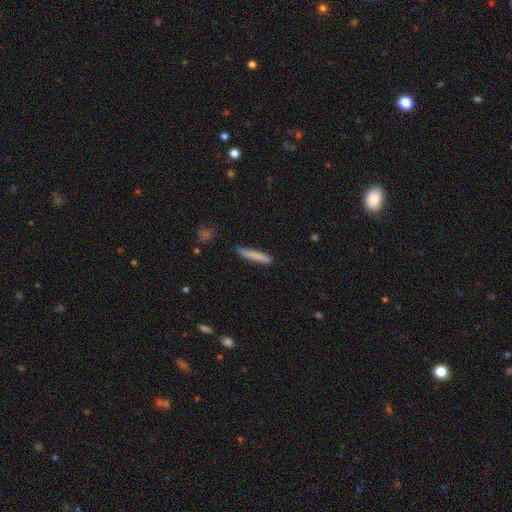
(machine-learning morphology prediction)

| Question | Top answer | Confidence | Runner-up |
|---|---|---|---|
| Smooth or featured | smooth | 80% | featured or disk (13%) |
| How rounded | cigar-shaped | 94% | in between (4%) |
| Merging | none | 86% | minor disturbance (11%) |